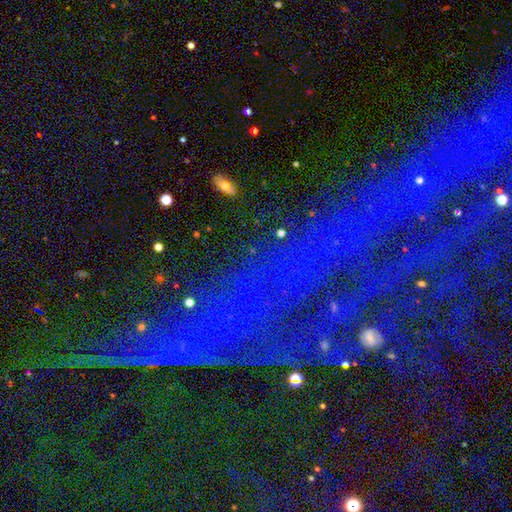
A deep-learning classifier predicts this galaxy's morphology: Q: Smooth or featured?
A: star or artifact (78%); runner-up: featured or disk (12%)